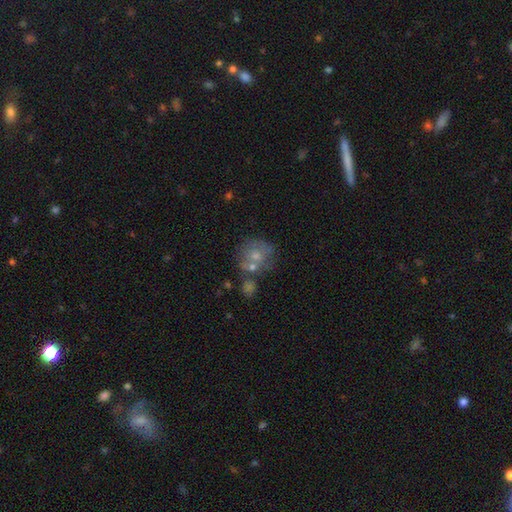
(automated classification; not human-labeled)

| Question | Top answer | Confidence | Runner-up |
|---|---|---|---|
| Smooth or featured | smooth | 47% | featured or disk (36%) |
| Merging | none | 51% | merger (25%) |